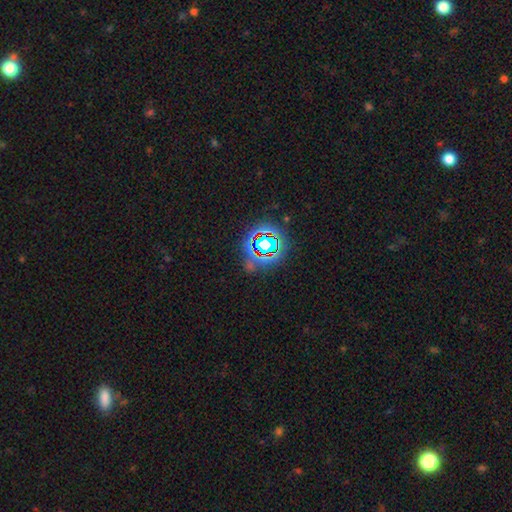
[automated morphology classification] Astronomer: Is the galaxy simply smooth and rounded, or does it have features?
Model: star or artifact — 67%.